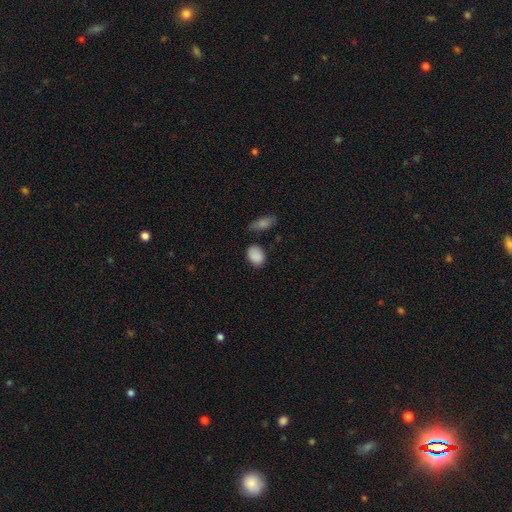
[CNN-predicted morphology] A smooth galaxy with no disk features (88%) that is in between round and cigar-shaped (76%).

Vote fractions:
- Smooth or featured? smooth: 88% / star or artifact: 8% / featured or disk: 4%
- How rounded? in between: 76% / round: 22% / cigar-shaped: 2%
- Merging? none: 76% / minor disturbance: 16% / merger: 4% / major disturbance: 4%